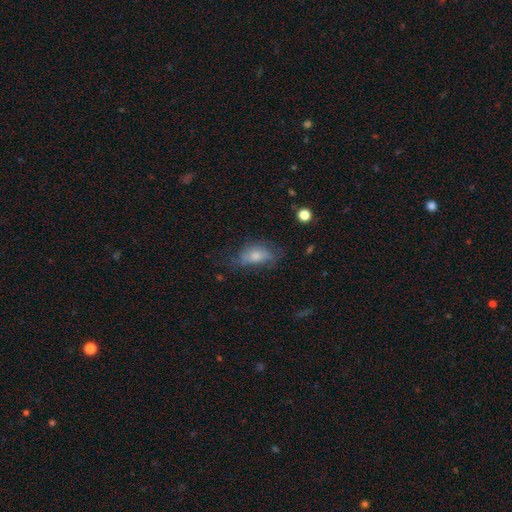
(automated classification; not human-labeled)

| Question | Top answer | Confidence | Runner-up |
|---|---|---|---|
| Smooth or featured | smooth | 65% | featured or disk (25%) |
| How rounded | in between | 86% | cigar-shaped (8%) |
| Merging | none | 46% | minor disturbance (29%) |